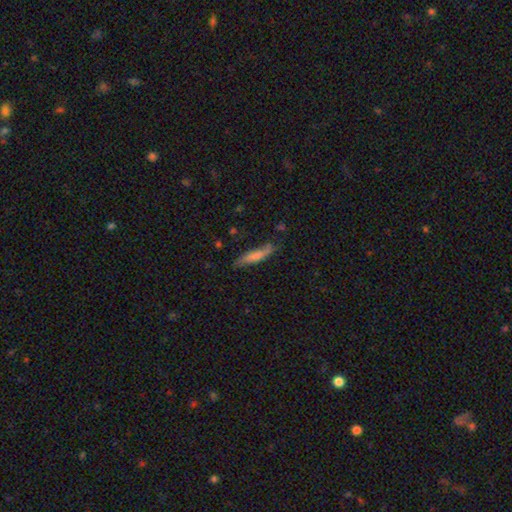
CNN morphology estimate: Smooth or featured?
  - smooth: 72% *
  - featured or disk: 22%
  - star or artifact: 6%
How rounded?
  - cigar-shaped: 84% *
  - in between: 14%
  - round: 2%
Merging?
  - none: 72% *
  - minor disturbance: 21%
  - major disturbance: 4%
  - merger: 3%